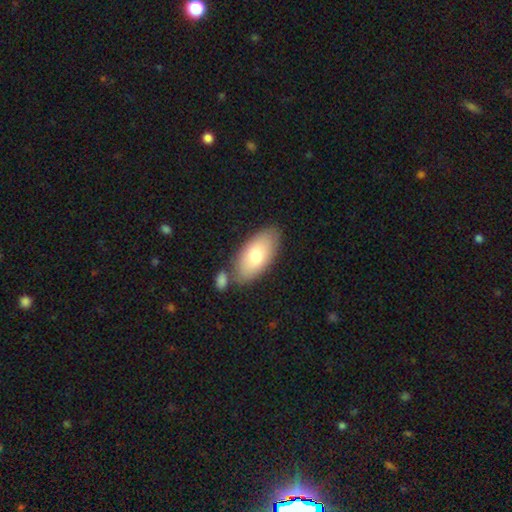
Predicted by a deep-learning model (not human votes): Smooth or featured? Predicted: smooth (p=0.76). How rounded? Predicted: in between (p=0.92). Merging? Predicted: none (p=0.68).